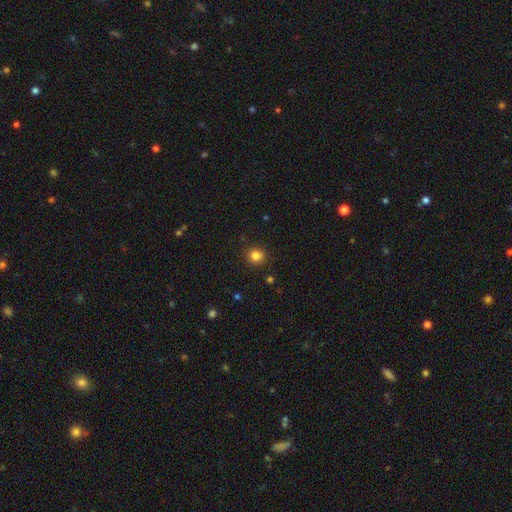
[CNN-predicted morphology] This is clearly a smooth galaxy (83%). How rounded: clearly round (87%). Merging: clearly none (89%).